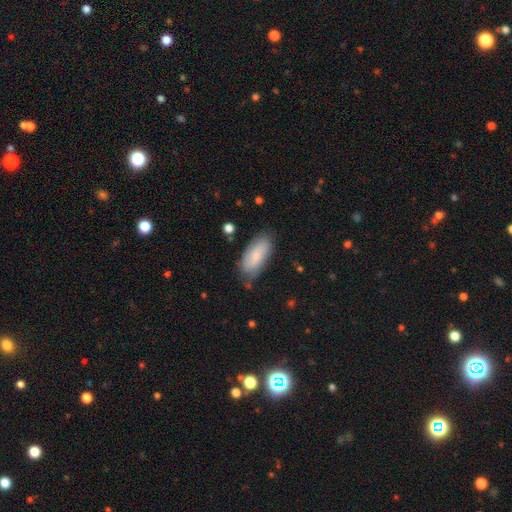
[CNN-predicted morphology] This appears to be a smooth galaxy with no disk features (68%) that is in between round and cigar-shaped (88%). Merging: none (75%).